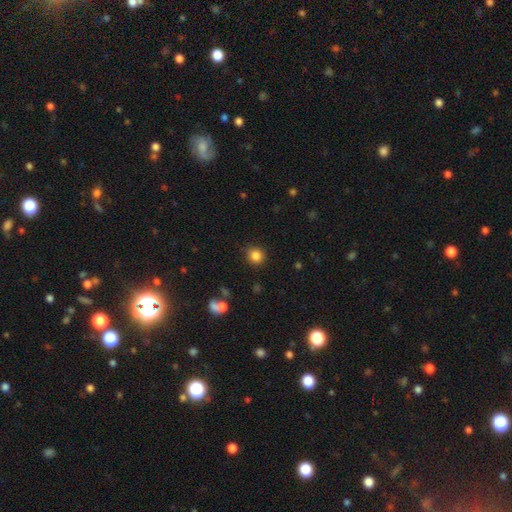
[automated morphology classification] smooth 84%, star or artifact 11%, featured or disk 5%. Down the decision tree: how rounded — round (88%); merging — none (87%).